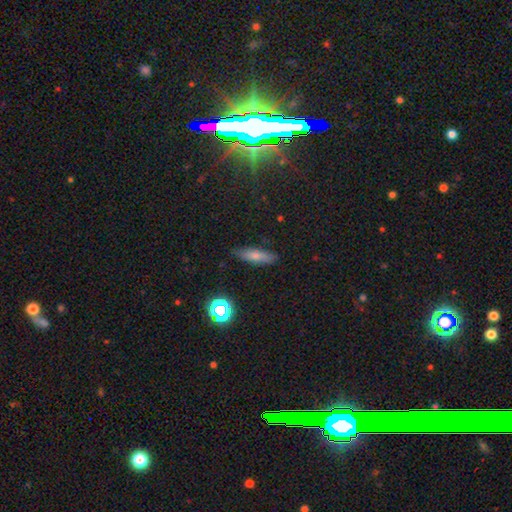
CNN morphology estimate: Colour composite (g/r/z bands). It shows a smooth galaxy with no disk features (71%) that is cigar-shaped (59%). Merging: none (83%).